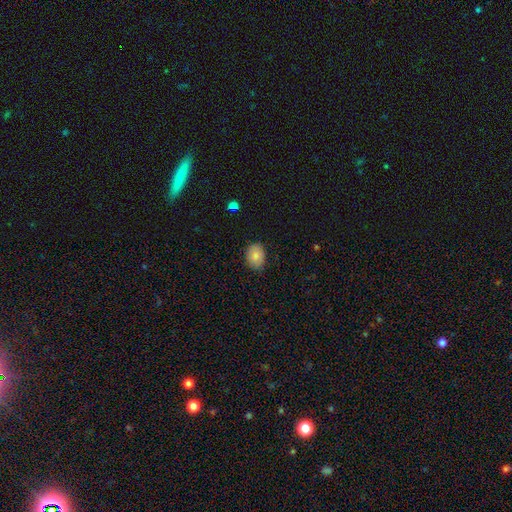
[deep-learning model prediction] Smooth or featured? Predicted: smooth (p=0.84). How rounded? Predicted: in between (p=0.66). Merging? Predicted: none (p=0.82).